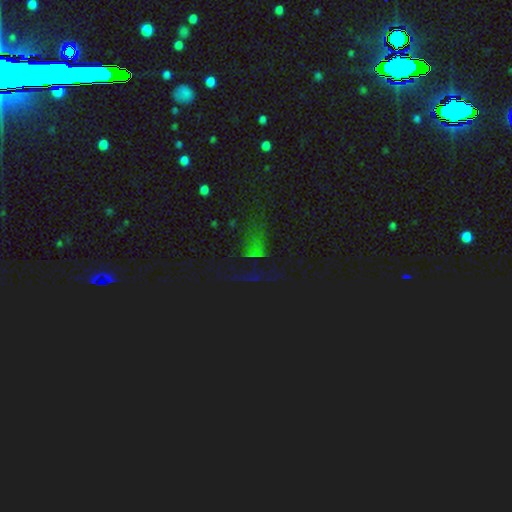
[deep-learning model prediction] Smooth or featured? Predicted: star or artifact (p=0.69).